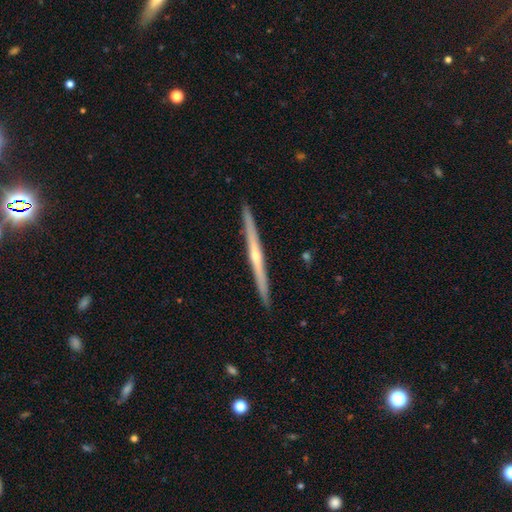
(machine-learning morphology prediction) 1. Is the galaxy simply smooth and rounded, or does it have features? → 76% featured or disk, 19% smooth, 5% star or artifact.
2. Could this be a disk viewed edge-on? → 98% yes, 2% no.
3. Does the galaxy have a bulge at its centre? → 68% rounded, 29% none, 3% boxy.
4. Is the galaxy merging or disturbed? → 93% none, 5% minor disturbance, 1% major disturbance, 1% merger.